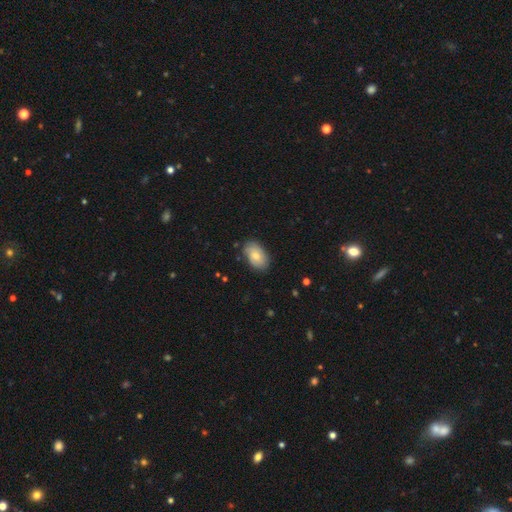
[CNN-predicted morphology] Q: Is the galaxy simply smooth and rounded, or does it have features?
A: smooth — 60%.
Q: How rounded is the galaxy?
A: in between — 91%.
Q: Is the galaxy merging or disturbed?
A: none — 78%.